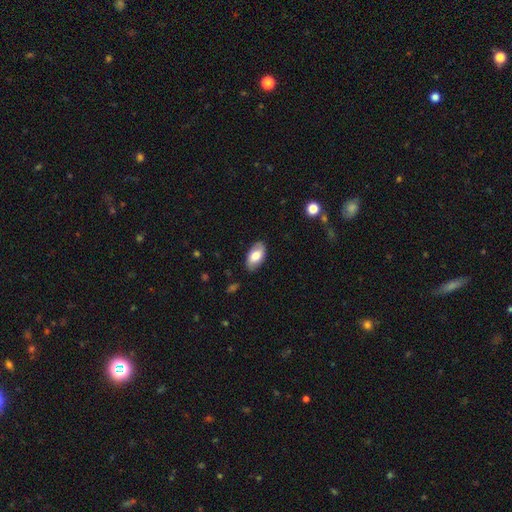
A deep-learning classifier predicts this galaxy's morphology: Smooth or featured: smooth — 69% (featured or disk — 25%)
How rounded: in between — 94% (round — 3%)
Merging: none — 83% (minor disturbance — 13%)